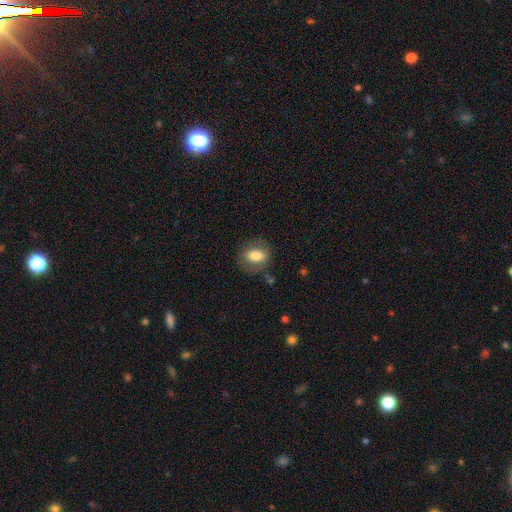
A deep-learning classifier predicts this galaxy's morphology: type=smooth (73%); roundness=in between (52%); merging=none (76%).